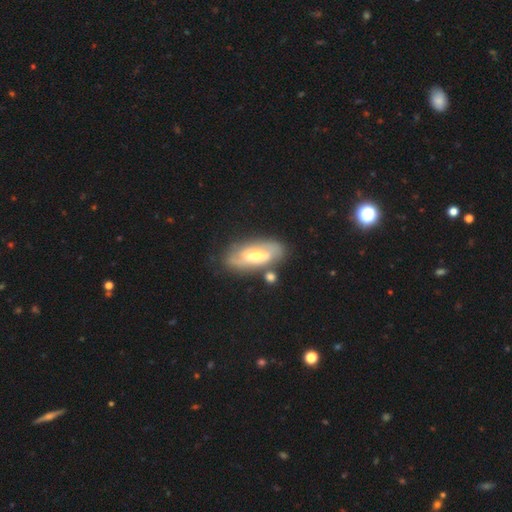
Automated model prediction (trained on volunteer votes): Q: Smooth or featured?
A: featured or disk (64%); runner-up: smooth (30%)
Q: Edge-on disk?
A: no (83%); runner-up: yes (17%)
Q: Bar?
A: weak (37%); runner-up: strong (33%)
Q: Spiral arms?
A: yes (60%); runner-up: no (40%)
Q: Bulge size?
A: moderate (66%); runner-up: small (21%)
Q: Merging?
A: none (69%); runner-up: minor disturbance (16%)